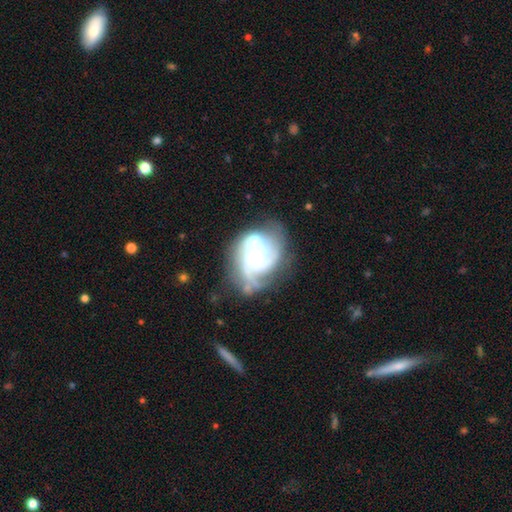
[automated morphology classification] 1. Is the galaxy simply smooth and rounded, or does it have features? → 81% featured or disk, 12% smooth, 6% star or artifact.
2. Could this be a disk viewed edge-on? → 98% no, 2% yes.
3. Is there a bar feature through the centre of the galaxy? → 74% no, 22% weak, 4% strong.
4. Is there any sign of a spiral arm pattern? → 90% yes, 10% no.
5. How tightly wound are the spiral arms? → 51% tight, 37% medium, 12% loose.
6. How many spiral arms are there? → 38% 3, 25% can't tell, 16% 2, 12% 4, 5% 1, 4% more than 4.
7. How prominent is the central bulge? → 55% moderate, 35% small, 6% large, 3% none, 1% dominant.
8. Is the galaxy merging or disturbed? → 48% none, 23% minor disturbance, 18% major disturbance, 11% merger.